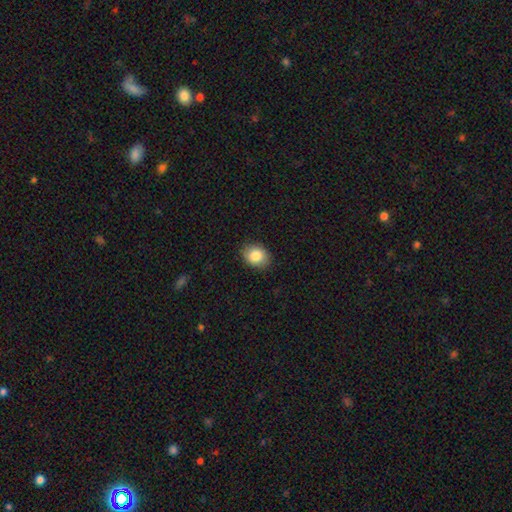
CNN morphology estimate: Smooth or featured: smooth — 86% (star or artifact — 8%)
How rounded: in between — 54% (round — 45%)
Merging: none — 86% (minor disturbance — 11%)